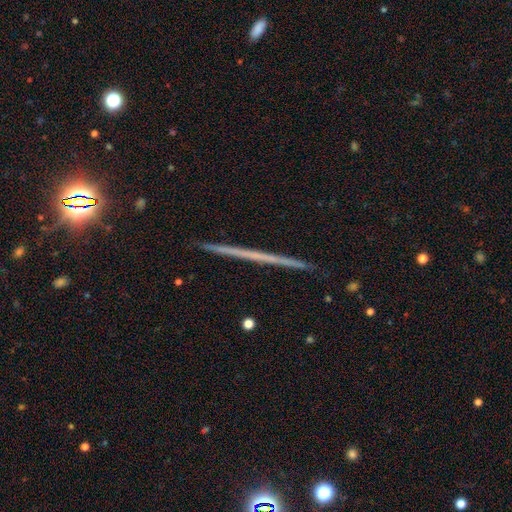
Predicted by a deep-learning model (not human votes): A featured or disk galaxy (66%) viewed edge-on (97%) with no central bulge (73%). Merging: none (91%).